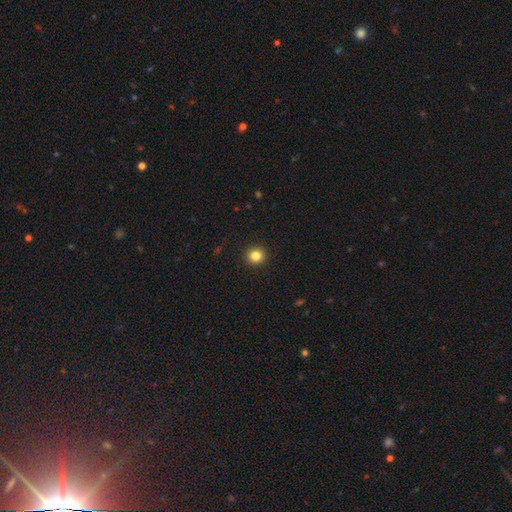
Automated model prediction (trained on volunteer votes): A smooth galaxy with no disk features (83%) that is round (93%).

Vote fractions:
- Smooth or featured? smooth: 83% / star or artifact: 12% / featured or disk: 5%
- How rounded? round: 93% / in between: 6% / cigar-shaped: 1%
- Merging? none: 93% / minor disturbance: 4% / major disturbance: 2% / merger: 1%